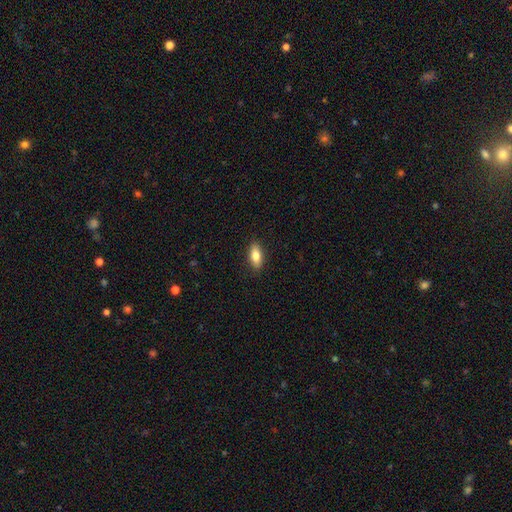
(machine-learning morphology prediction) Smooth or featured: smooth — 78% (featured or disk — 15%)
How rounded: in between — 81% (cigar-shaped — 16%)
Merging: none — 89% (minor disturbance — 8%)